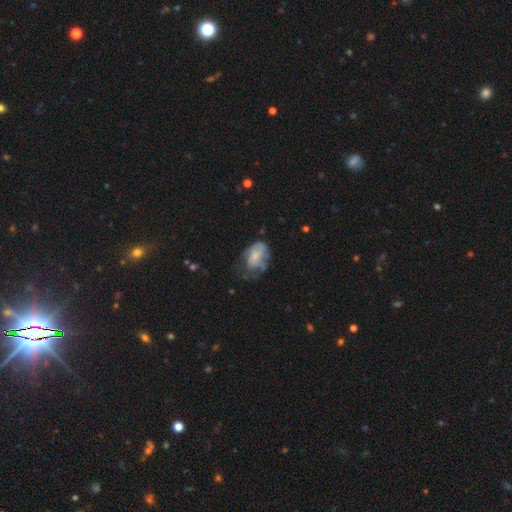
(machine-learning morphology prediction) Smooth or featured? smooth (56%)
How rounded? in between (83%)
Merging? major disturbance (35%)